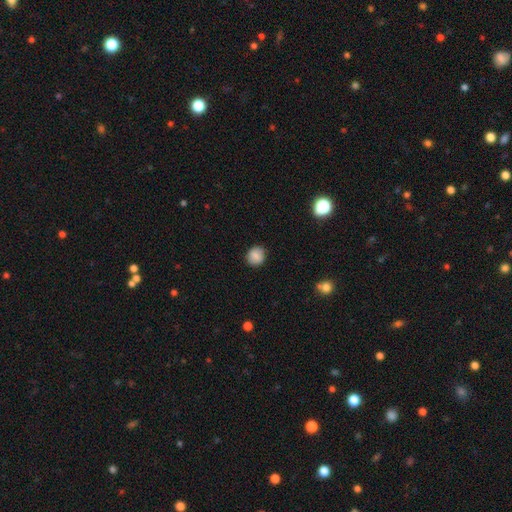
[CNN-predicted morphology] Smooth or featured: smooth — 85% (star or artifact — 9%)
How rounded: round — 83% (in between — 16%)
Merging: none — 87% (minor disturbance — 10%)